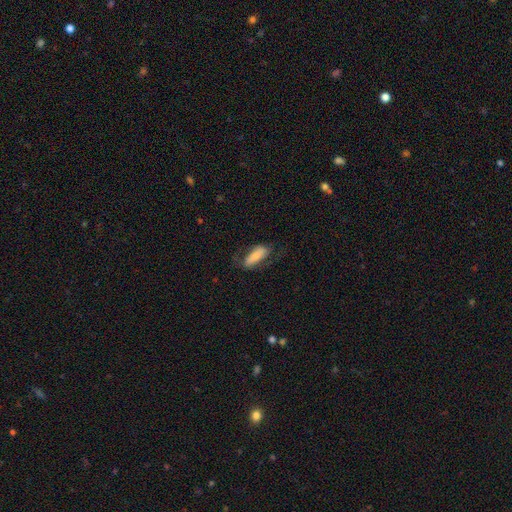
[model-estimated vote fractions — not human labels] Overall: smooth (66%; featured or disk 28%). How rounded: in between (66%; cigar-shaped 31%). Merging: none (65%).